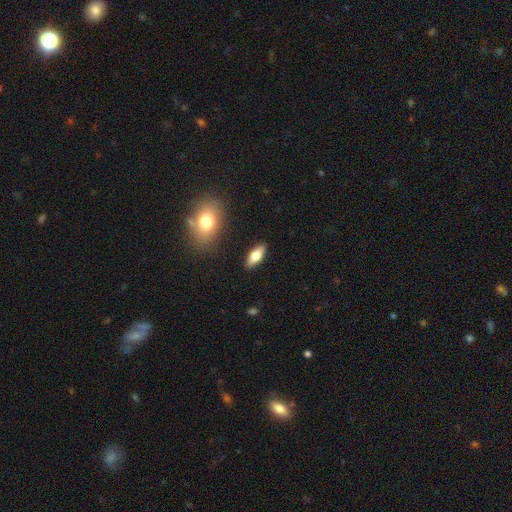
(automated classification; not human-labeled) A smooth galaxy with no disk features (69%) that is in between round and cigar-shaped (69%).

Vote fractions:
- Smooth or featured? smooth: 69% / featured or disk: 25% / star or artifact: 6%
- How rounded? in between: 69% / cigar-shaped: 29% / round: 3%
- Merging? none: 88% / minor disturbance: 8% / major disturbance: 2% / merger: 2%